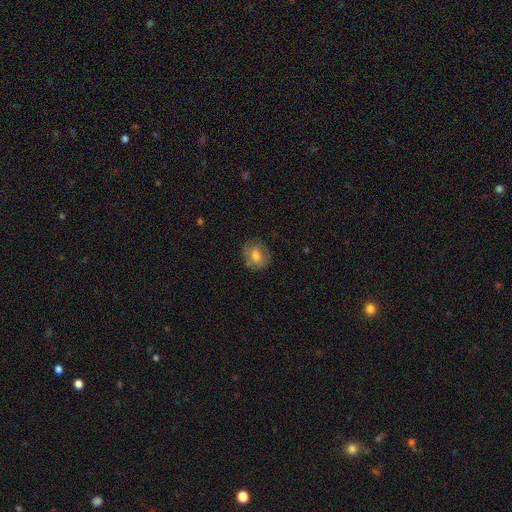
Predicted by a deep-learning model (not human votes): Smooth or featured: smooth — 64% (featured or disk — 27%)
How rounded: round — 63% (in between — 36%)
Merging: none — 74% (minor disturbance — 18%)